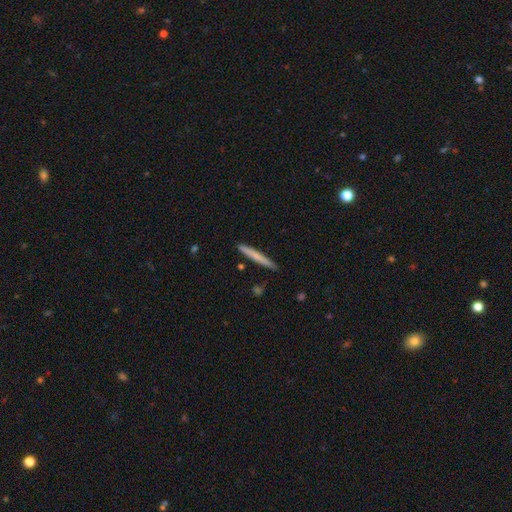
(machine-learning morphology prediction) smooth-or-featured: smooth: 67% | featured or disk: 28% | star or artifact: 6%
  how-rounded: cigar-shaped: 96% | in between: 3% | round: 1%
  merging: none: 89% | minor disturbance: 8% | merger: 2% | major disturbance: 1%